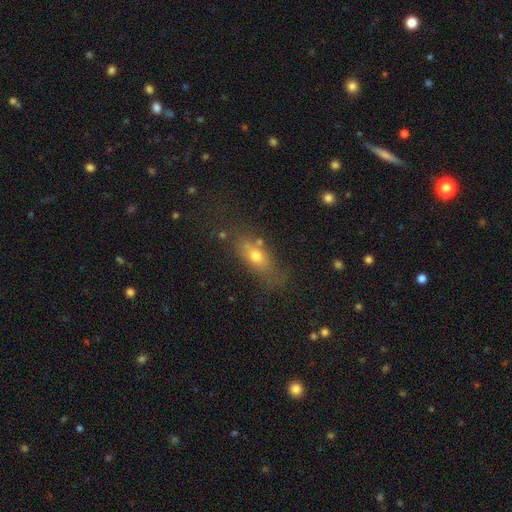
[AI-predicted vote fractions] The model was most divided on "merging": none: 61%, minor disturbance: 21%, major disturbance: 11%, merger: 6%. More confident: how rounded — in between (67%); smooth or featured — smooth (65%).